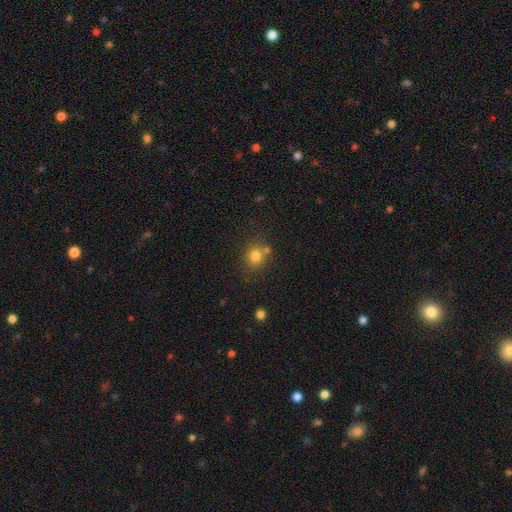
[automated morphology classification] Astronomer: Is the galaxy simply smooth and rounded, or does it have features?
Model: smooth — 79%.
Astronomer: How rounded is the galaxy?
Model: round — 84%.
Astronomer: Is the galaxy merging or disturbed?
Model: none — 68%.